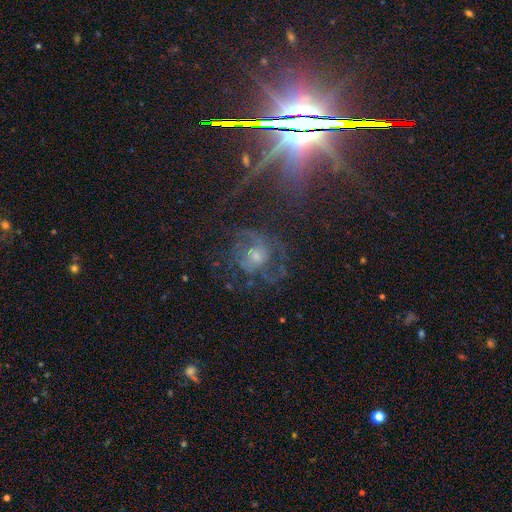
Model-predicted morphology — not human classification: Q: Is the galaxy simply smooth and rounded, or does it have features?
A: featured or disk — 65%.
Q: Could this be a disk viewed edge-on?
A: no — 96%.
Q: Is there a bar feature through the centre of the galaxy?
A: no — 70%.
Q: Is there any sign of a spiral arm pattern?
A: yes — 85%.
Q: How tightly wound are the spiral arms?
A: medium — 45%.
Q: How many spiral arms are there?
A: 2 — 34%.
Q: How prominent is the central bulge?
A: moderate — 46%.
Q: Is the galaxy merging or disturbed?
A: none — 63%.